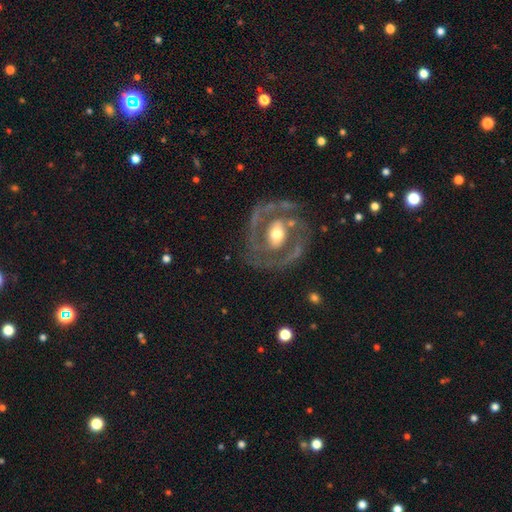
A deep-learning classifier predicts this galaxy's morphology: type=featured or disk (86%); edge-on=no (96%); bar=no (39%); spiral arms=yes (81%); winding=tight (45%); arm count=2 (80%); bulge=moderate (65%); merging=none (78%).